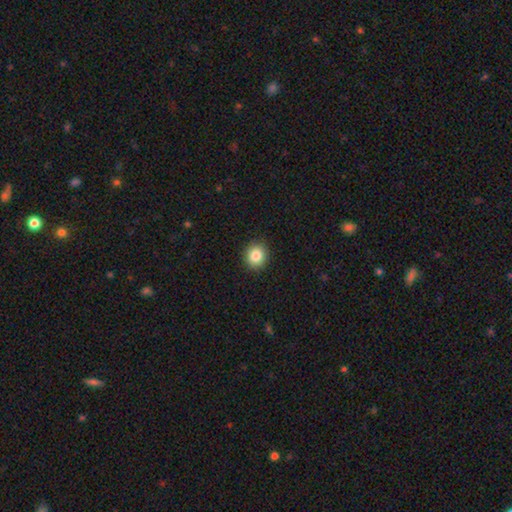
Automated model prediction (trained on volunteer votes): Smooth or featured? Predicted: smooth (p=0.85). How rounded? Predicted: round (p=0.82). Merging? Predicted: none (p=0.92).